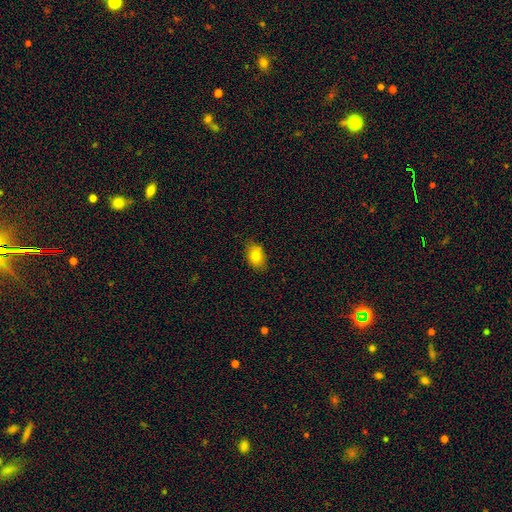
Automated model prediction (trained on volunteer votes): smooth-or-featured: smooth: 80% | featured or disk: 11% | star or artifact: 9%
  how-rounded: in between: 81% | round: 18% | cigar-shaped: 1%
  merging: none: 83% | minor disturbance: 14% | major disturbance: 2% | merger: 1%